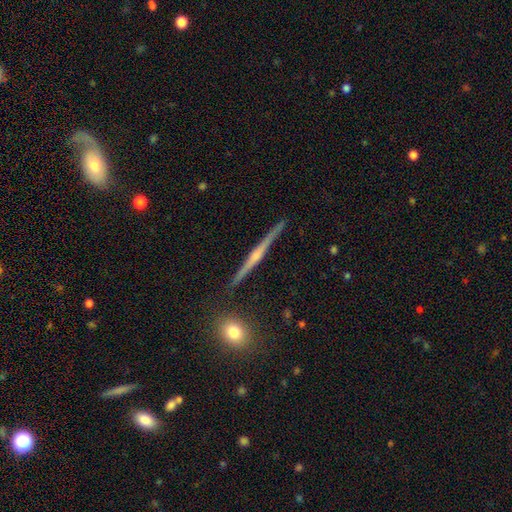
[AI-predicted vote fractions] Smooth or featured? Predicted: featured or disk (p=0.79). Edge-on disk? Predicted: yes (p=0.98). Edge-on bulge? Predicted: rounded (p=0.70). Merging? Predicted: none (p=0.90).